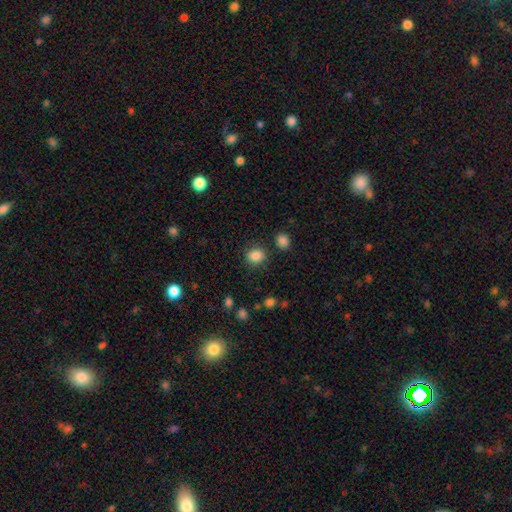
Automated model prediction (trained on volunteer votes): Overall: smooth (86%). How rounded: round (75%). Merging: none (85%).